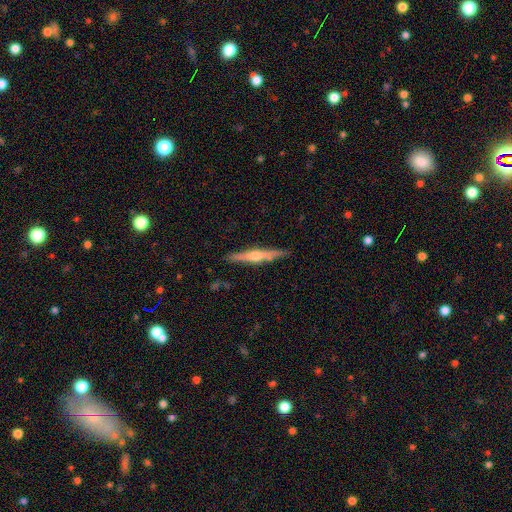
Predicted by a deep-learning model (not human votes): Q: Smooth or featured?
A: featured or disk (68%); runner-up: smooth (27%)
Q: Edge-on disk?
A: yes (97%); runner-up: no (3%)
Q: Edge-on bulge?
A: rounded (84%); runner-up: none (10%)
Q: Merging?
A: none (87%); runner-up: minor disturbance (10%)